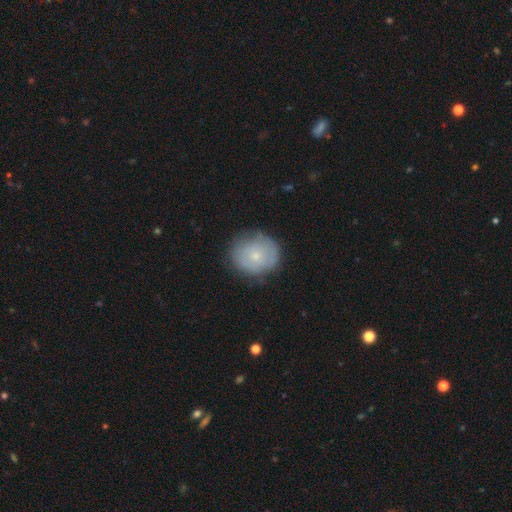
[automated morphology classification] smooth 61%, featured or disk 31%, star or artifact 8%. Down the decision tree: how rounded — round (83%); merging — none (76%).